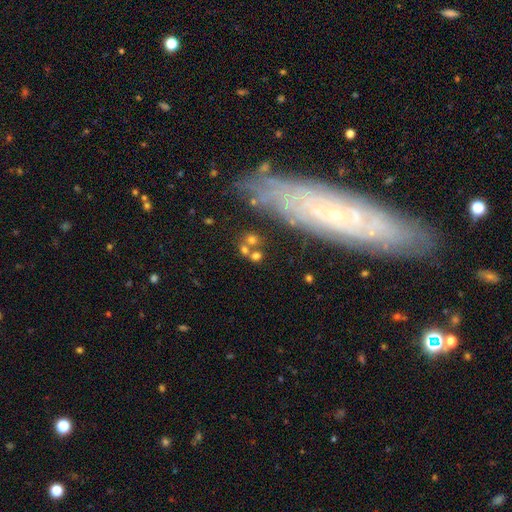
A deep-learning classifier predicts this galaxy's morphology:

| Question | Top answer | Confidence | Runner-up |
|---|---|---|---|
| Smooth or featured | smooth | 57% | star or artifact (22%) |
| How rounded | round | 77% | in between (20%) |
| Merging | none | 60% | merger (22%) |